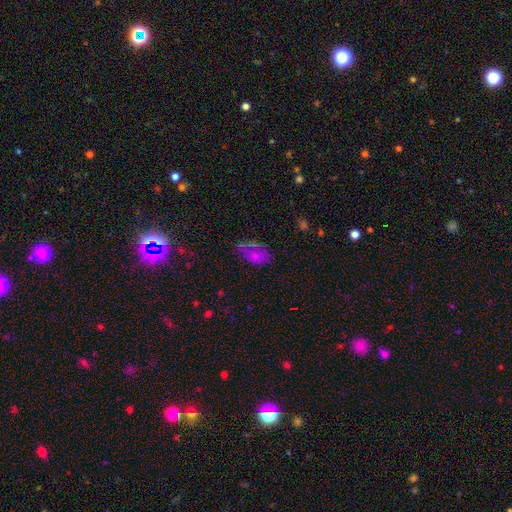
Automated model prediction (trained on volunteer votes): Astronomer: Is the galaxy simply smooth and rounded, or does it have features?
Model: smooth — 67%.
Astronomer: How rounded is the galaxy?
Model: in between — 91%.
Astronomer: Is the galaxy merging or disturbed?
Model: none — 45% (runner-up: minor disturbance, 29%).